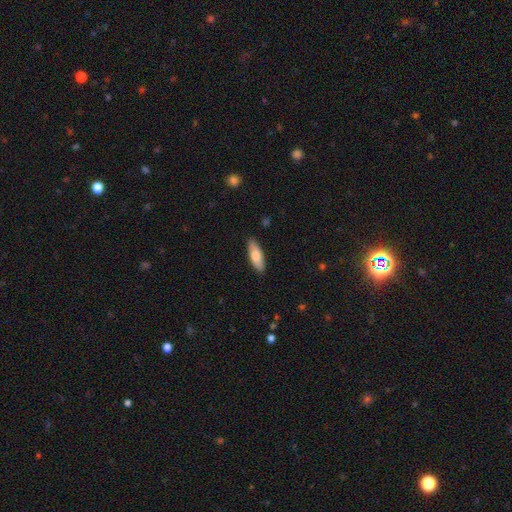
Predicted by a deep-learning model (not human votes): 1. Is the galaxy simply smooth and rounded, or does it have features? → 77% smooth, 18% featured or disk, 5% star or artifact.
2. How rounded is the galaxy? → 59% in between, 39% cigar-shaped, 2% round.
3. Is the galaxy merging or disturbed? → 88% none, 9% minor disturbance, 2% major disturbance, 1% merger.